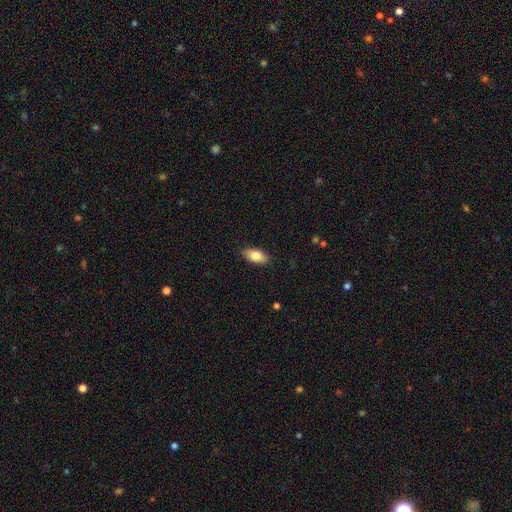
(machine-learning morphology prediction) A smooth galaxy with no disk features (82%) that is in between round and cigar-shaped (90%). Merging: none (88%).